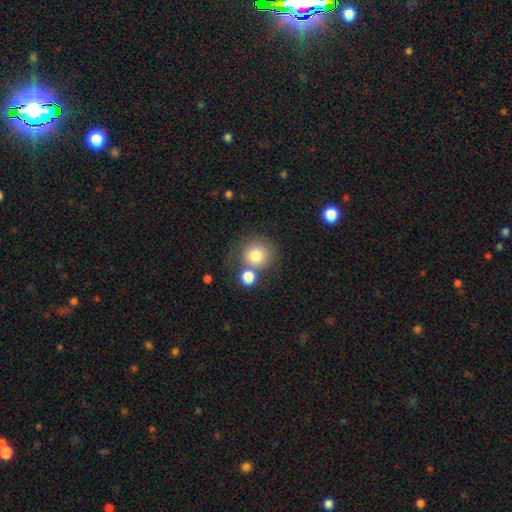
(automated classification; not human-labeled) Morphology: type=smooth (80%); roundness=round (91%); merging=none (58%).